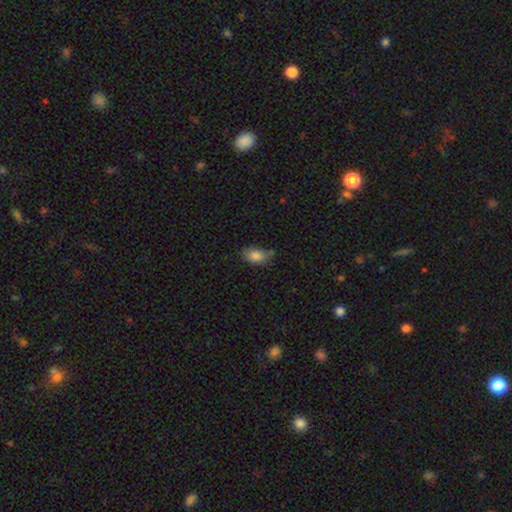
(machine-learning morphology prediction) Smooth or featured? smooth (85%)
How rounded? in between (90%)
Merging? none (64%)